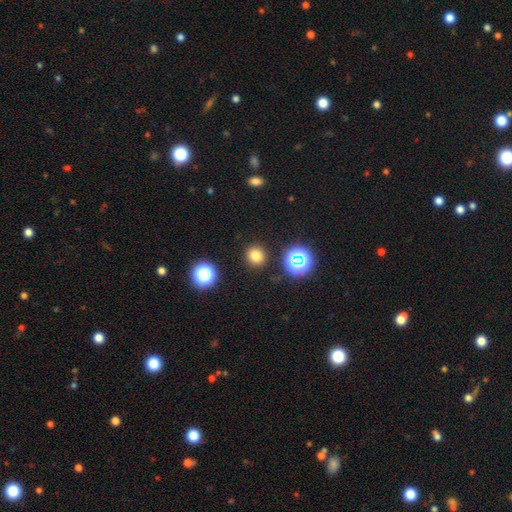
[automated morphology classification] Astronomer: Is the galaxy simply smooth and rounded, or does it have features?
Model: smooth — 77%.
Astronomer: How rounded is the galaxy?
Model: round — 89%.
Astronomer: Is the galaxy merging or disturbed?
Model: none — 89%.